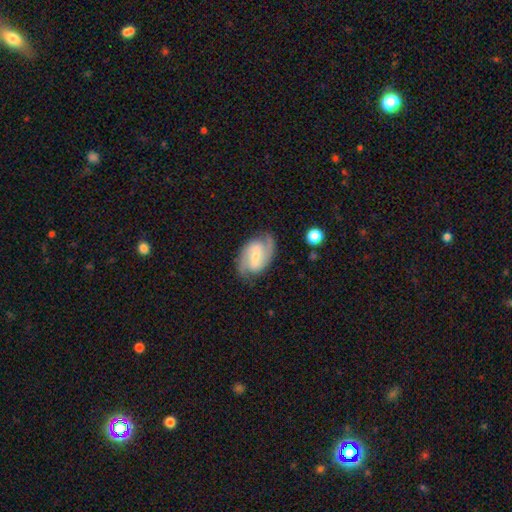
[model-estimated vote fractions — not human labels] Overall: featured or disk (82%). Edge-on disk: no (97%). Bar: weak (50%; strong 28%). Spiral arms: yes (96%). Spiral arm count: 2 (89%). Spiral winding: medium (52%; tight 29%). Bulge size: small (60%; moderate 30%). Merging: none (78%).